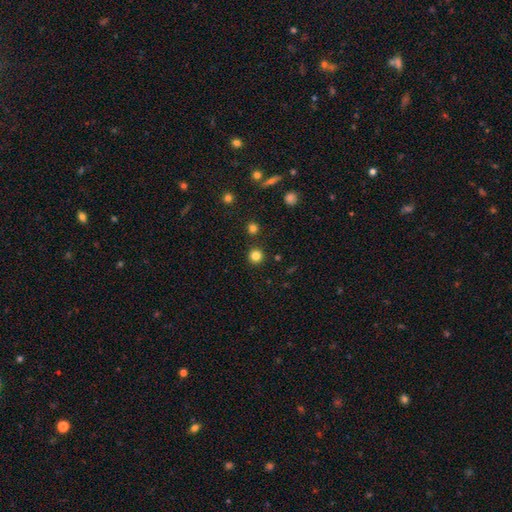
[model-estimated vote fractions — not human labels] Q: Smooth or featured?
A: smooth (82%); runner-up: star or artifact (14%)
Q: How rounded?
A: round (95%); runner-up: in between (4%)
Q: Merging?
A: none (90%); runner-up: minor disturbance (5%)